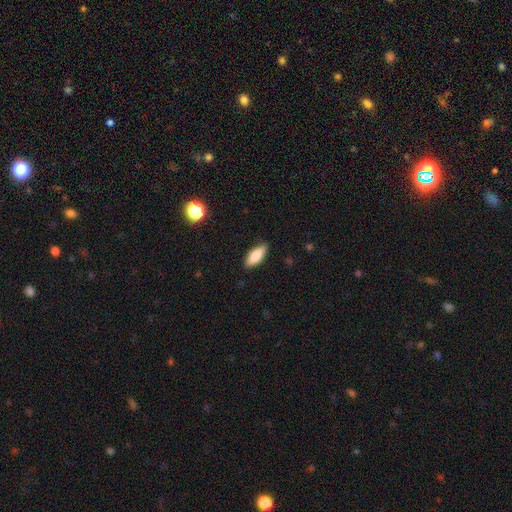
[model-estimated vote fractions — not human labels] Q: Smooth or featured?
A: smooth (82%); runner-up: featured or disk (11%)
Q: How rounded?
A: in between (76%); runner-up: cigar-shaped (21%)
Q: Merging?
A: none (84%); runner-up: minor disturbance (13%)